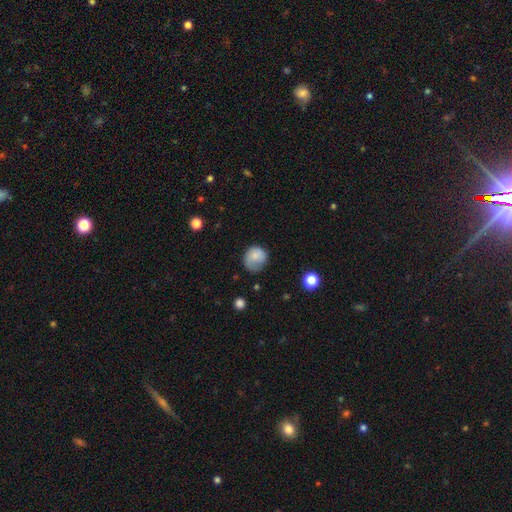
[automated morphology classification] Smooth or featured?
  - smooth: 77% *
  - featured or disk: 14%
  - star or artifact: 8%
How rounded?
  - round: 76% *
  - in between: 24%
  - cigar-shaped: 1%
Merging?
  - none: 51% *
  - minor disturbance: 31%
  - major disturbance: 16%
  - merger: 2%